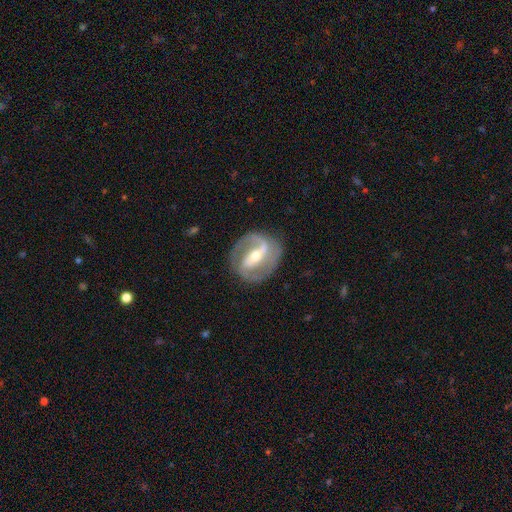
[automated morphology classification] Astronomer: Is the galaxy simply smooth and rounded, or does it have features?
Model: featured or disk — 88%.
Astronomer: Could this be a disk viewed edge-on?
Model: no — 96%.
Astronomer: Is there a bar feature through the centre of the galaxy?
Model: strong — 59%.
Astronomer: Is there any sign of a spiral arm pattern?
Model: yes — 93%.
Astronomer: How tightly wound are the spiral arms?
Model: medium — 50% (runner-up: tight, 33%).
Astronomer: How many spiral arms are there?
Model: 2 — 89%.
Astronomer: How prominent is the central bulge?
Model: moderate — 57% (runner-up: small, 38%).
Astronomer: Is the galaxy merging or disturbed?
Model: none — 82%.